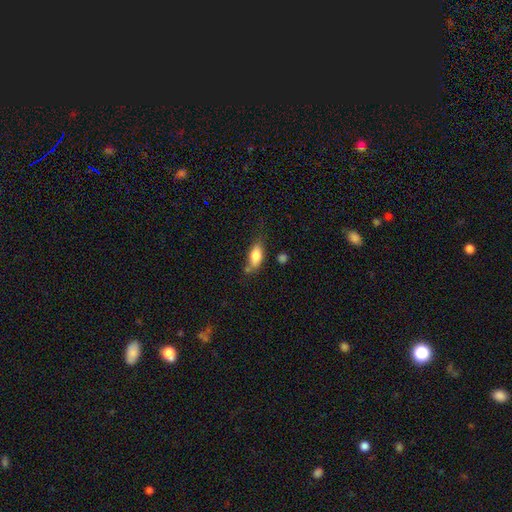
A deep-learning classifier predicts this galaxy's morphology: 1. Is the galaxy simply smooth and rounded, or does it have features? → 78% smooth, 14% featured or disk, 7% star or artifact.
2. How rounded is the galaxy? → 84% in between, 11% cigar-shaped, 5% round.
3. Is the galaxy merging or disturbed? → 57% none, 26% minor disturbance, 10% merger, 8% major disturbance.